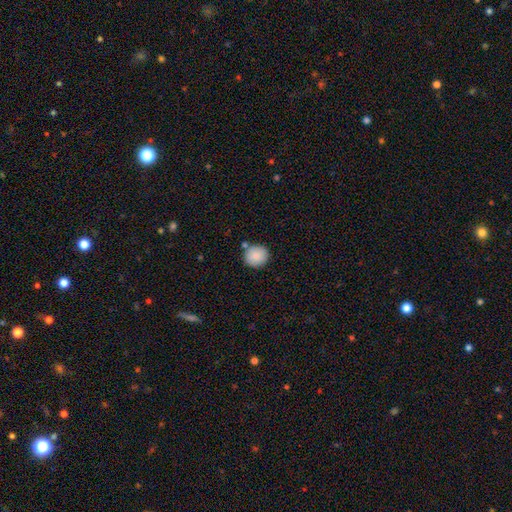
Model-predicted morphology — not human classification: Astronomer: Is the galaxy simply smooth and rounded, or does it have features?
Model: smooth — 88%.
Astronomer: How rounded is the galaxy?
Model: round — 90%.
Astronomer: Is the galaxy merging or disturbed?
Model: none — 80%.